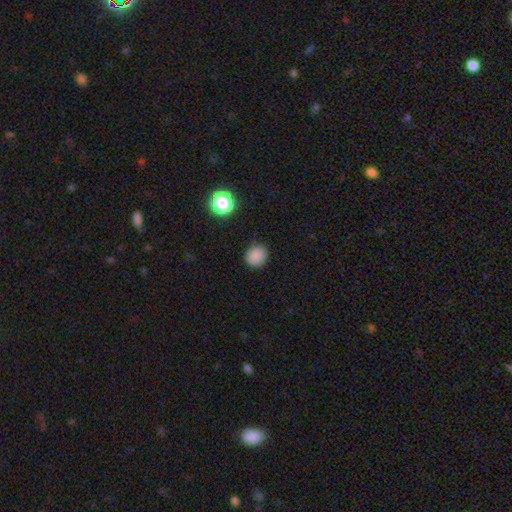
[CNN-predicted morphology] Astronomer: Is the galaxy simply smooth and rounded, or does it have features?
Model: smooth — 84%.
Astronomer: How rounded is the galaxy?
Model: round — 83%.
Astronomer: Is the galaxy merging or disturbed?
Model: none — 85%.